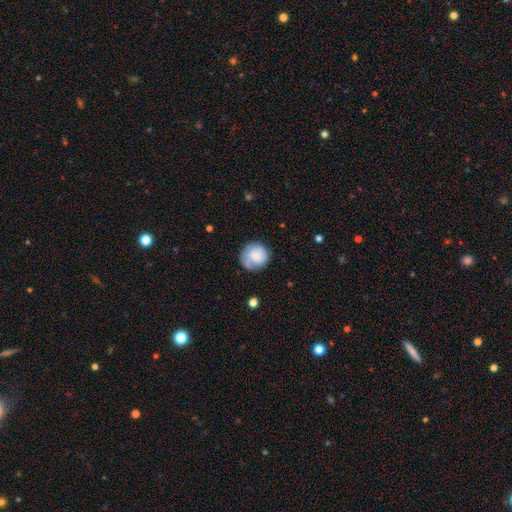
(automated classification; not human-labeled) smooth-or-featured: smooth: 59% | featured or disk: 33% | star or artifact: 7%
  how-rounded: round: 88% | in between: 11% | cigar-shaped: 1%
  merging: none: 68% | minor disturbance: 21% | major disturbance: 9% | merger: 2%